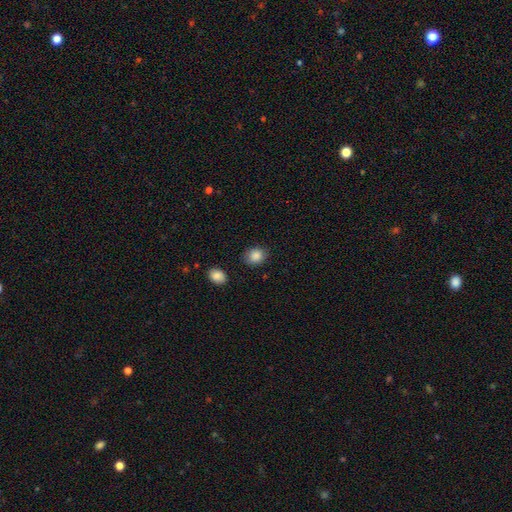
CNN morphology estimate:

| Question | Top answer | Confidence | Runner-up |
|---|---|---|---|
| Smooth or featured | smooth | 87% | star or artifact (9%) |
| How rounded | round | 54% | in between (45%) |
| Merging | none | 81% | minor disturbance (14%) |